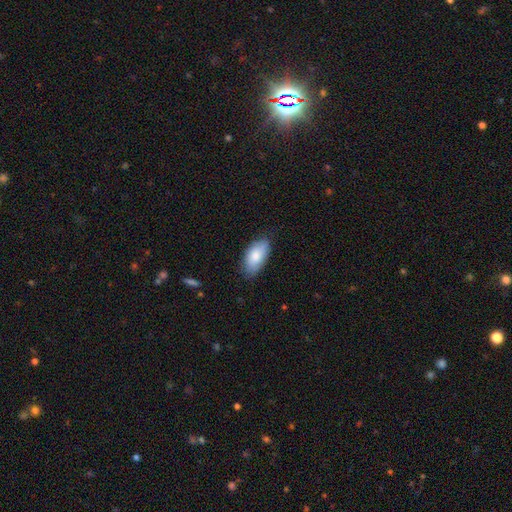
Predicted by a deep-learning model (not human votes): This appears to be a smooth galaxy with no disk features (82%) that is in between round and cigar-shaped (94%). Merging: none (76%).